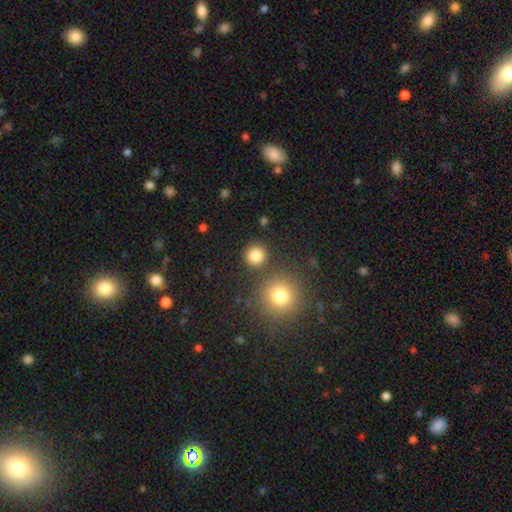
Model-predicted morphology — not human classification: This appears to be a smooth galaxy with no disk features (83%) that is round (93%). Merging: none (85%).